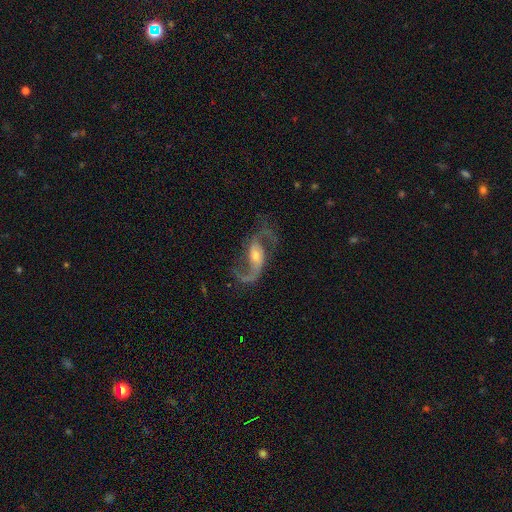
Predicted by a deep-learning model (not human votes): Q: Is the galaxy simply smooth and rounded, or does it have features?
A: featured or disk — 90%.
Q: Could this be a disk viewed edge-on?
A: no — 97%.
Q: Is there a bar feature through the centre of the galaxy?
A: weak — 43%.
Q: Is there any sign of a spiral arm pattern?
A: yes — 97%.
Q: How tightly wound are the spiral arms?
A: loose — 62%.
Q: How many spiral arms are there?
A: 2 — 89%.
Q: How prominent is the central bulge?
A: moderate — 48%.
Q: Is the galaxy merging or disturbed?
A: none — 68%.